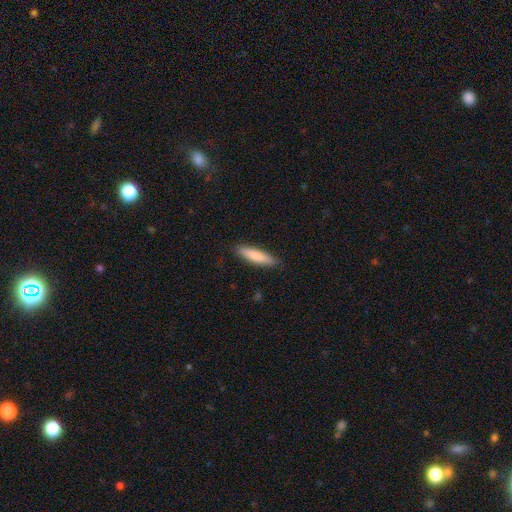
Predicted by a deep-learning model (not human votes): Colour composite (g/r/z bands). It shows a smooth galaxy with no disk features (82%) that is cigar-shaped (80%). Merging: none (88%).